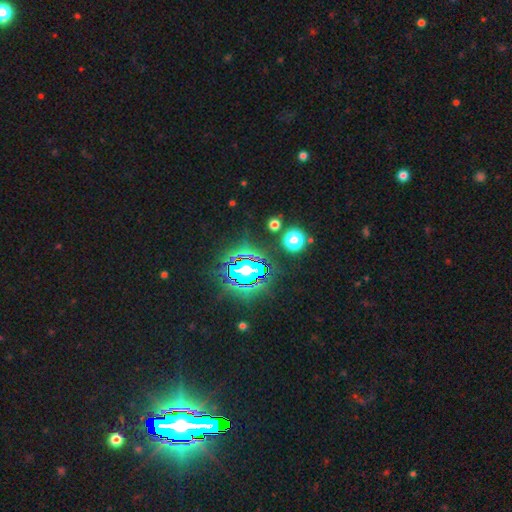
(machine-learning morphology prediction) Smooth or featured? star or artifact (83%)